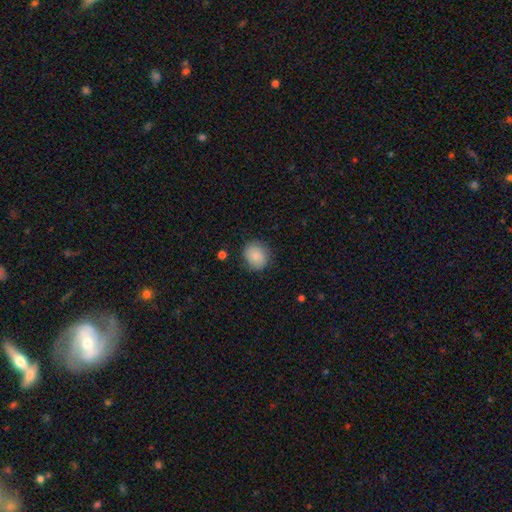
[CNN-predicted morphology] This is clearly a smooth galaxy (87%). How rounded: likely round (73%). Merging: clearly none (82%).